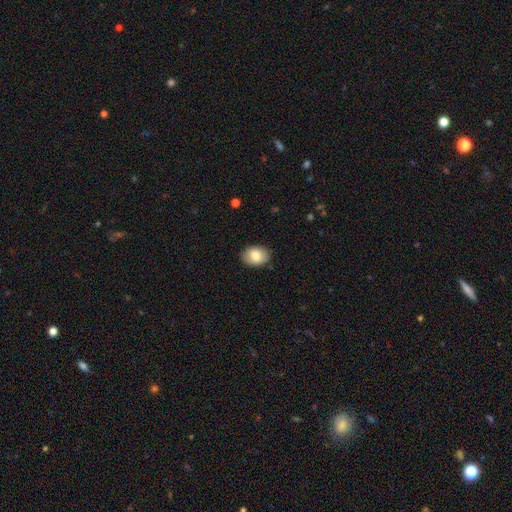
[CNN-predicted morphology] Smooth or featured: smooth — 83% (featured or disk — 10%)
How rounded: in between — 71% (round — 28%)
Merging: none — 87% (minor disturbance — 10%)